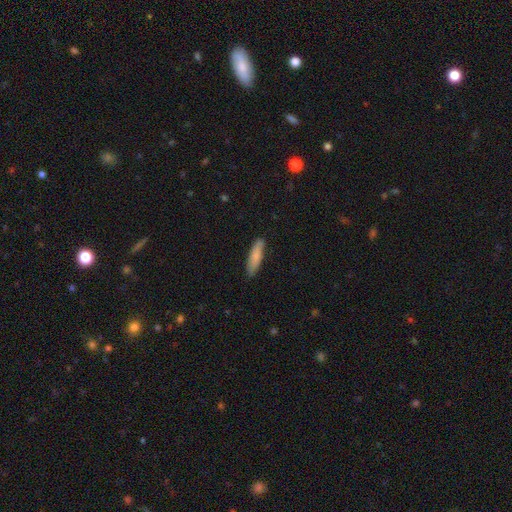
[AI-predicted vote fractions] Q: Smooth or featured?
A: smooth (82%); runner-up: featured or disk (13%)
Q: How rounded?
A: cigar-shaped (68%); runner-up: in between (31%)
Q: Merging?
A: none (83%); runner-up: minor disturbance (13%)